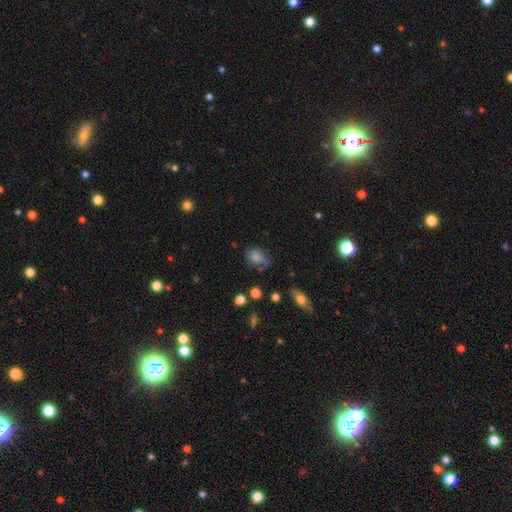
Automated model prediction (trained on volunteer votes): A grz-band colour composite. It shows a smooth galaxy with no disk features (60%) that is in between round and cigar-shaped (61%). Merging: none (55%).